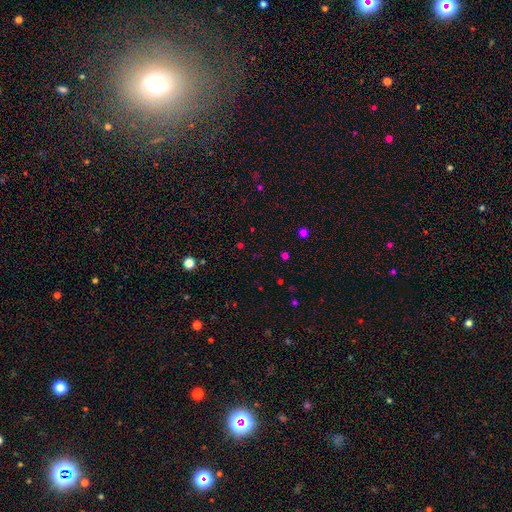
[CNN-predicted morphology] star or artifact 59%, smooth 34%, featured or disk 7%.